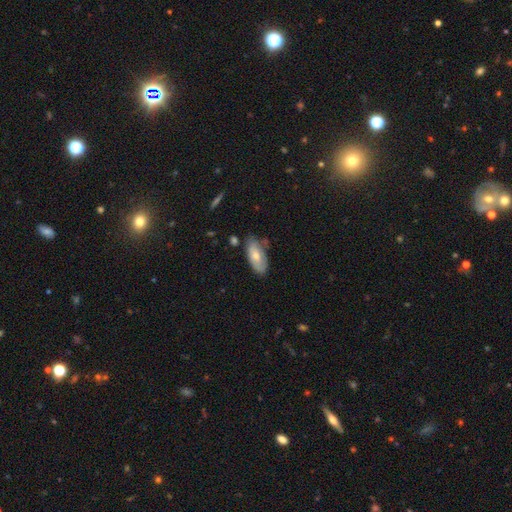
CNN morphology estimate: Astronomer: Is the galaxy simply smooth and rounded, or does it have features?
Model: smooth — 62%.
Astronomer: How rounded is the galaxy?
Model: in between — 90%.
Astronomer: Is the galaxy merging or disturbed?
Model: none — 65%.